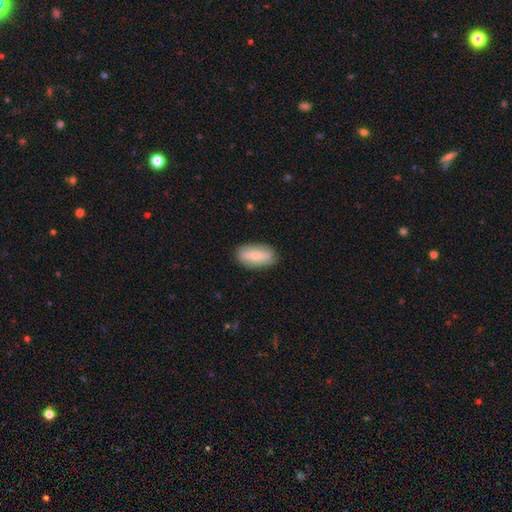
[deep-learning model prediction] smooth-or-featured: smooth: 57% | featured or disk: 36% | star or artifact: 7%
  how-rounded: in between: 89% | cigar-shaped: 6% | round: 4%
  merging: none: 81% | minor disturbance: 15% | major disturbance: 3% | merger: 1%